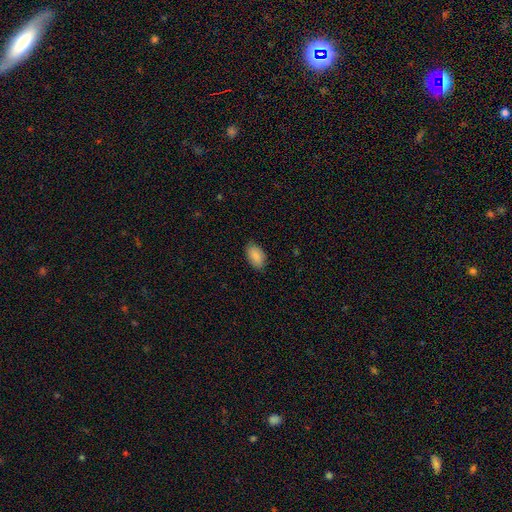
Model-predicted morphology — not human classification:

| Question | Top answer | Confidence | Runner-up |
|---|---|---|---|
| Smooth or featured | smooth | 88% | star or artifact (6%) |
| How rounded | in between | 93% | round (5%) |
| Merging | none | 84% | minor disturbance (12%) |